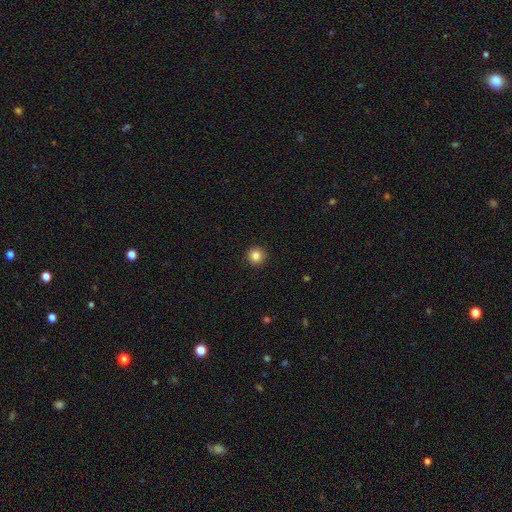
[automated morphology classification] The model was most divided on "smooth or featured": smooth: 85%, star or artifact: 11%, featured or disk: 5%. More confident: how rounded — round (96%); merging — none (93%).